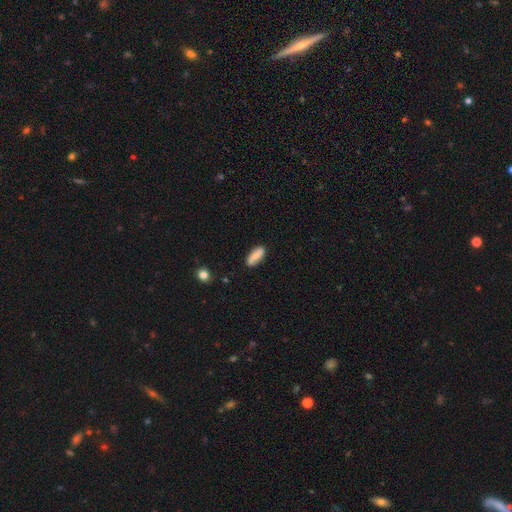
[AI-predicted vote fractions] A smooth galaxy with no disk features (73%) that is in between round and cigar-shaped (77%).

Vote fractions:
- Smooth or featured? smooth: 73% / featured or disk: 20% / star or artifact: 7%
- How rounded? in between: 77% / cigar-shaped: 20% / round: 3%
- Merging? none: 80% / minor disturbance: 14% / major disturbance: 3% / merger: 3%